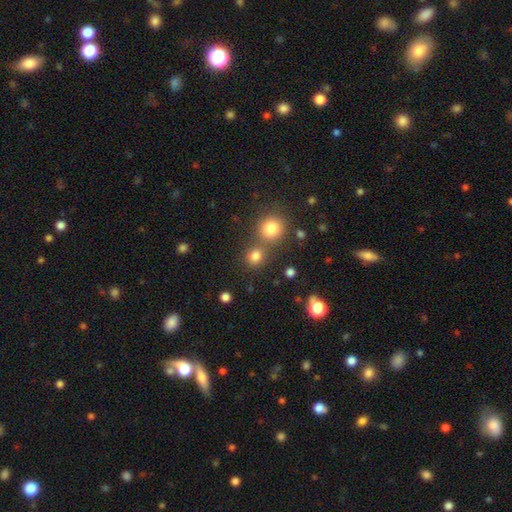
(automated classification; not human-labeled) A smooth galaxy with no disk features (76%) that is round (86%).

Vote fractions:
- Smooth or featured? smooth: 76% / star or artifact: 17% / featured or disk: 6%
- How rounded? round: 86% / in between: 12% / cigar-shaped: 1%
- Merging? none: 64% / merger: 26% / minor disturbance: 7% / major disturbance: 3%